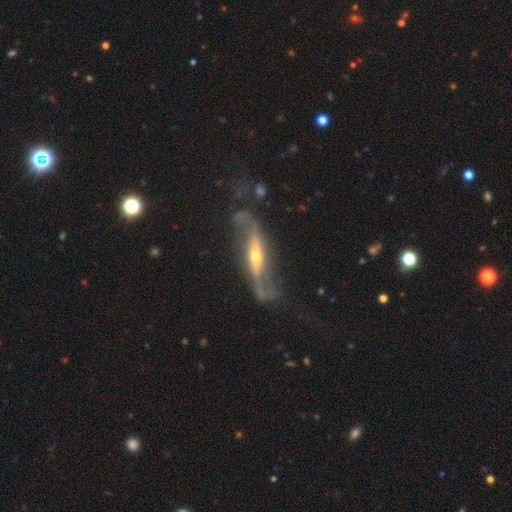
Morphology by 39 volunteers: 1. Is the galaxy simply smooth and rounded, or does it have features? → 87% featured or disk, 10% smooth, 3% star or artifact.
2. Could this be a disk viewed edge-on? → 71% yes, 29% no.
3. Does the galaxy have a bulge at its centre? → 83% rounded, 12% boxy, 4% none.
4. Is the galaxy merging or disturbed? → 55% major disturbance, 24% minor disturbance, 18% none, 3% merger.